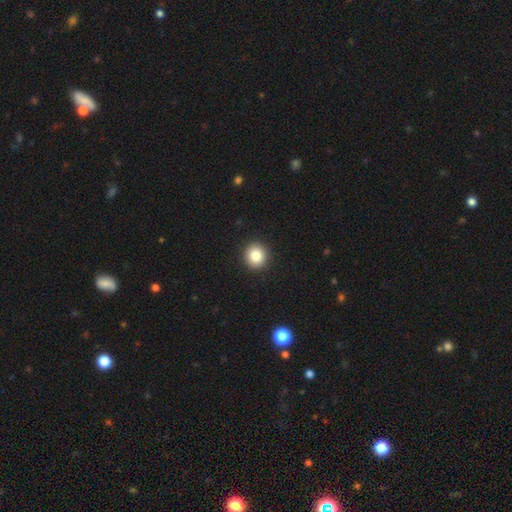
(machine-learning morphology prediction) A smooth galaxy with no disk features (85%) that is round (88%). Merging: none (93%).